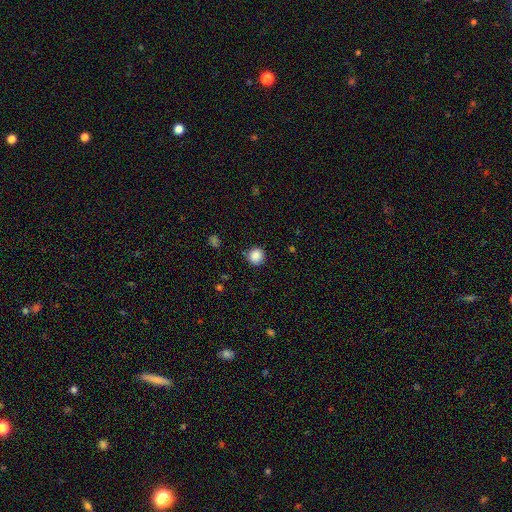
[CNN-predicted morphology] Smooth or featured?
  - smooth: 87% *
  - star or artifact: 10%
  - featured or disk: 3%
How rounded?
  - round: 93% *
  - in between: 6%
  - cigar-shaped: 1%
Merging?
  - none: 85% *
  - minor disturbance: 10%
  - major disturbance: 3%
  - merger: 2%